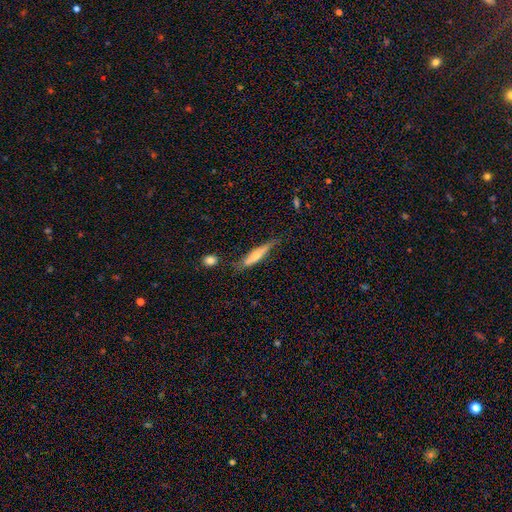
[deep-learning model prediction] smooth-or-featured: smooth: 58% | featured or disk: 36% | star or artifact: 7%
  how-rounded: cigar-shaped: 82% | in between: 16% | round: 2%
  merging: none: 65% | minor disturbance: 25% | major disturbance: 6% | merger: 4%